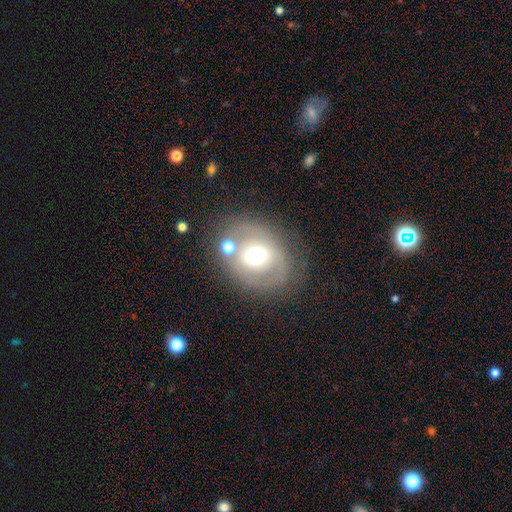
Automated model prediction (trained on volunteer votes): A smooth galaxy with no disk features (50%) that is round (60%). Merging: none (63%).